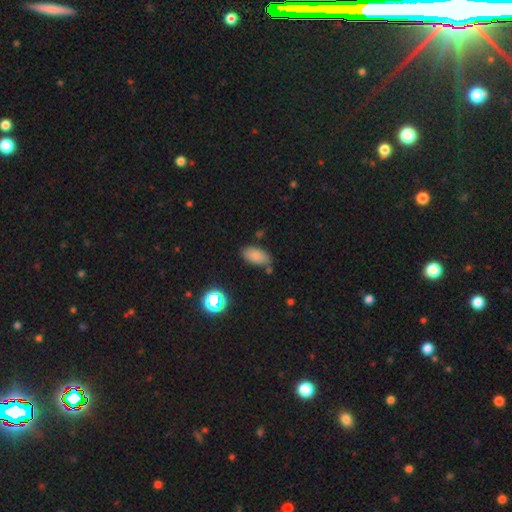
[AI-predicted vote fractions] This appears to be a smooth galaxy with no disk features (81%) that is in between round and cigar-shaped (92%). Merging: none (70%).